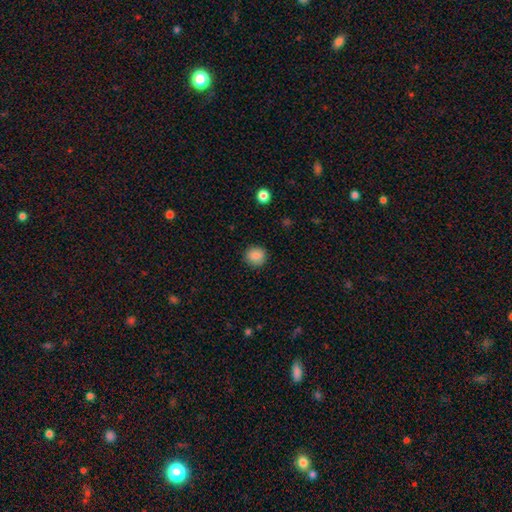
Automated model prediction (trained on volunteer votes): Q: Smooth or featured?
A: smooth (87%); runner-up: star or artifact (9%)
Q: How rounded?
A: round (89%); runner-up: in between (10%)
Q: Merging?
A: none (90%); runner-up: minor disturbance (7%)